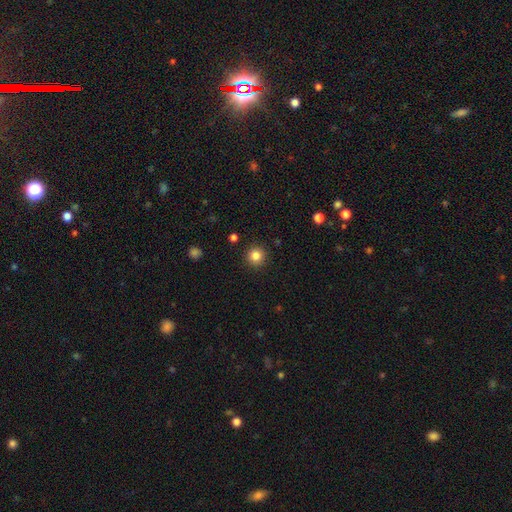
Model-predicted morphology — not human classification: Smooth or featured? Predicted: smooth (p=0.84). How rounded? Predicted: round (p=0.95). Merging? Predicted: none (p=0.92).